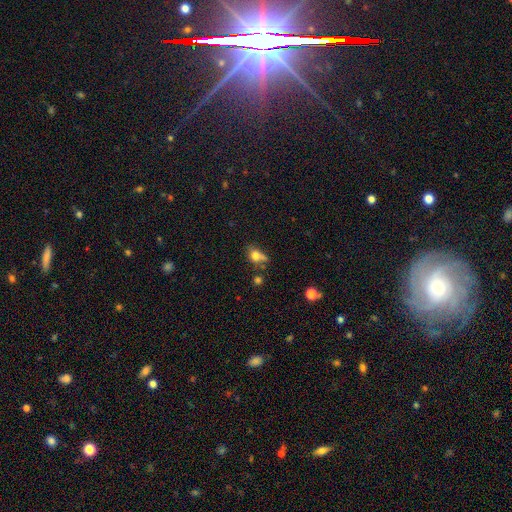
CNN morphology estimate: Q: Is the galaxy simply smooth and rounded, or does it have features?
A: smooth — 75%.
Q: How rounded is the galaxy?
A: in between — 60%.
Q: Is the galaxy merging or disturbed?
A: none — 42%.